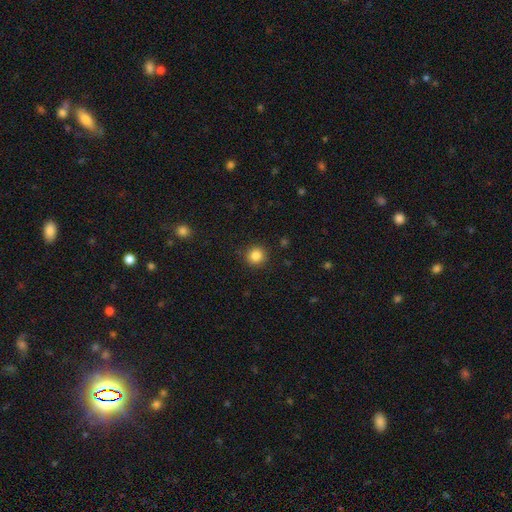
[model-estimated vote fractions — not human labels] Smooth or featured: smooth — 85% (star or artifact — 11%)
How rounded: round — 93% (in between — 6%)
Merging: none — 91% (minor disturbance — 6%)